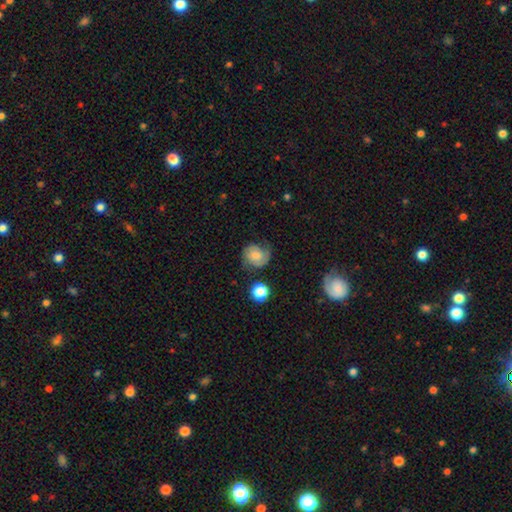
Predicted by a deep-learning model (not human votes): A featured or disk galaxy (58%) with no bar (67%), 2 (79%) tight (42%) spiral arms (93%) and a moderate central bulge (34%, tied with small). Merging: none (65%).